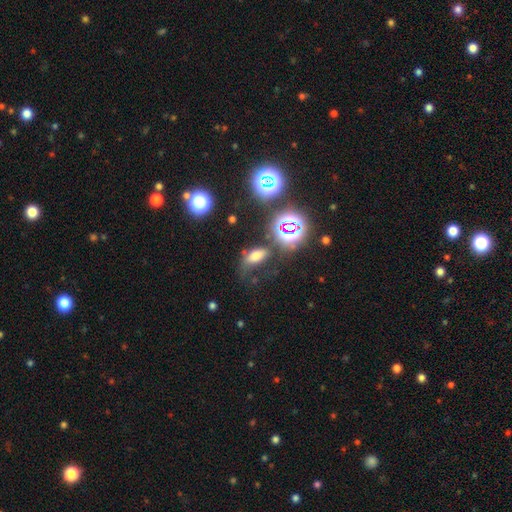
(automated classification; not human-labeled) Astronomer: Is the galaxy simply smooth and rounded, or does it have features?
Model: smooth — 62%.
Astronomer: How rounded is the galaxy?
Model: in between — 83%.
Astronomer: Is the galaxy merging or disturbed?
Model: none — 54%.